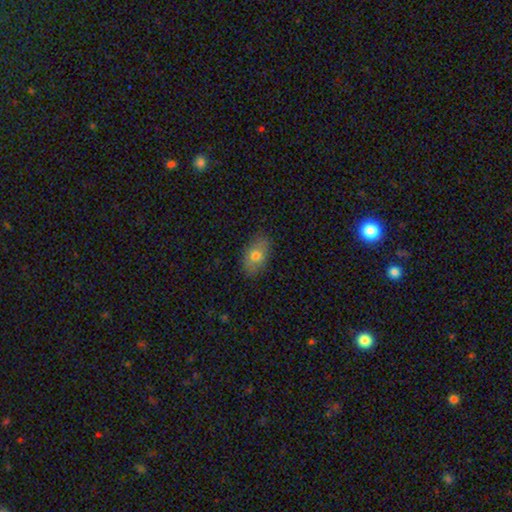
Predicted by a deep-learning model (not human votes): smooth-or-featured: smooth: 75% | featured or disk: 18% | star or artifact: 8%
  how-rounded: in between: 90% | round: 8% | cigar-shaped: 2%
  merging: none: 83% | minor disturbance: 13% | major disturbance: 3% | merger: 1%